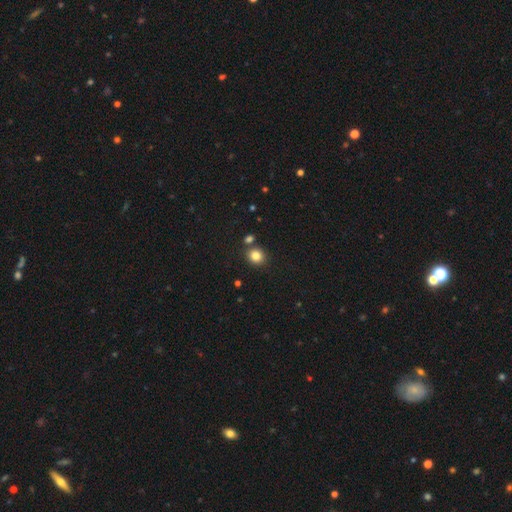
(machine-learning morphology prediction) The model was most divided on "how rounded": round: 79%, in between: 20%, cigar-shaped: 1%. More confident: smooth or featured — smooth (83%); merging — none (79%).